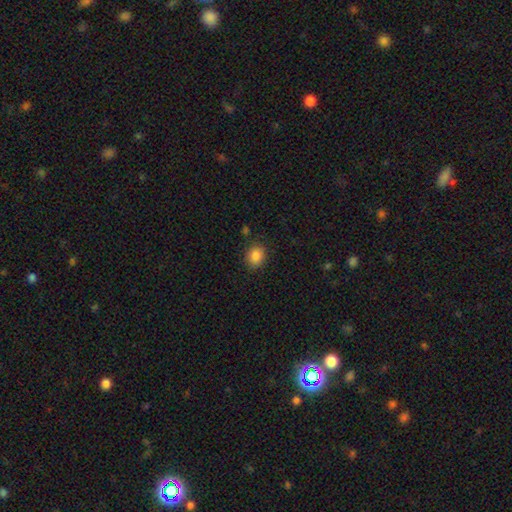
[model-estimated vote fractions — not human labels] Q: Smooth or featured?
A: smooth (86%); runner-up: star or artifact (10%)
Q: How rounded?
A: round (58%); runner-up: in between (41%)
Q: Merging?
A: none (86%); runner-up: minor disturbance (10%)